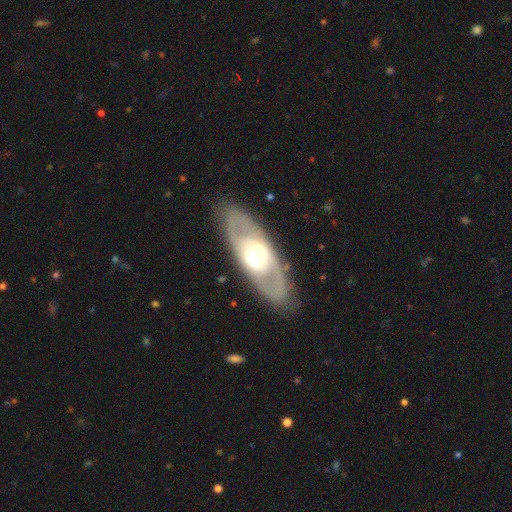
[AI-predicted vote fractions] A featured or disk galaxy (66%) with no bar (63%), no spiral arms (66%) and a moderate central bulge (55%).

Vote fractions:
- Smooth or featured? featured or disk: 66% / smooth: 28% / star or artifact: 6%
- Edge-on disk? no: 81% / yes: 19%
- Bar? no: 63% / weak: 24% / strong: 13%
- Spiral arms? no: 66% / yes: 34%
- Bulge size? moderate: 55% / large: 29% / small: 11% / dominant: 3% / none: 1%
- Merging? none: 81% / minor disturbance: 11% / major disturbance: 6% / merger: 1%